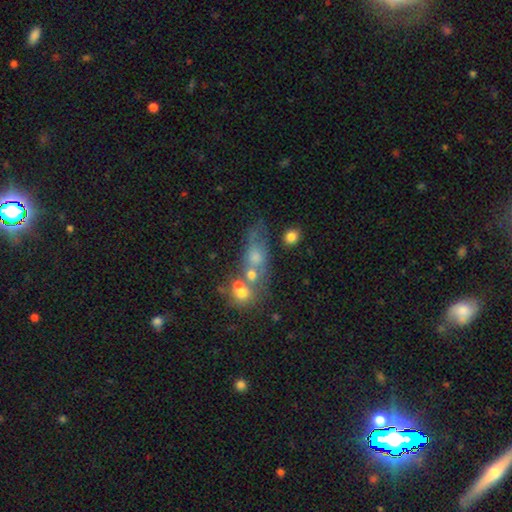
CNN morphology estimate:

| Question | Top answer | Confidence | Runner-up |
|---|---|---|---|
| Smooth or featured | smooth | 55% | featured or disk (30%) |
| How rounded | in between | 53% | round (34%) |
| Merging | merger | 36% | none (33%) |